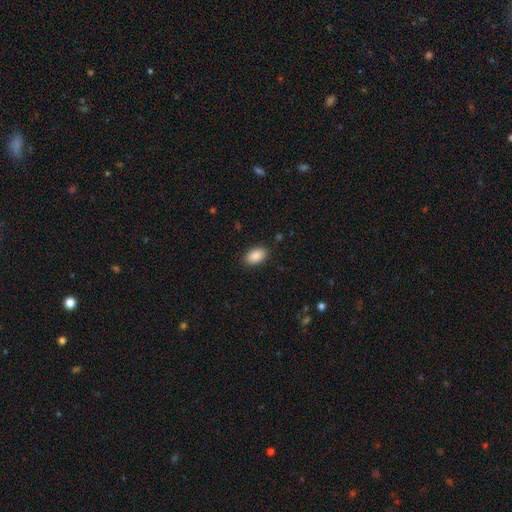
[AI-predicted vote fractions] smooth-or-featured: smooth: 89% | star or artifact: 7% | featured or disk: 4%
  how-rounded: in between: 92% | round: 6% | cigar-shaped: 1%
  merging: none: 88% | minor disturbance: 8% | major disturbance: 2% | merger: 1%